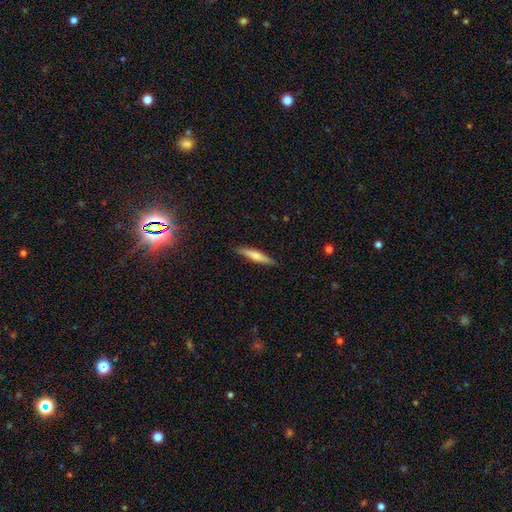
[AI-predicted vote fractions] smooth_or_featured: smooth (p=0.61) [alt: featured or disk p=0.33]
how_rounded: cigar-shaped (p=0.88) [alt: in between p=0.10]
merging: none (p=0.89) [alt: minor disturbance p=0.09]